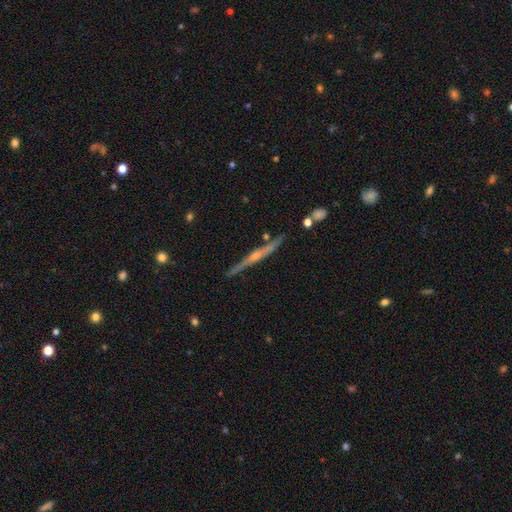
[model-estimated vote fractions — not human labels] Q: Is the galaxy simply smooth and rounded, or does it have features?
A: featured or disk — 79%.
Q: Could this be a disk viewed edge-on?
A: yes — 98%.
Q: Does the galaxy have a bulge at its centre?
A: rounded — 76%.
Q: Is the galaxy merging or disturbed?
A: none — 85%.